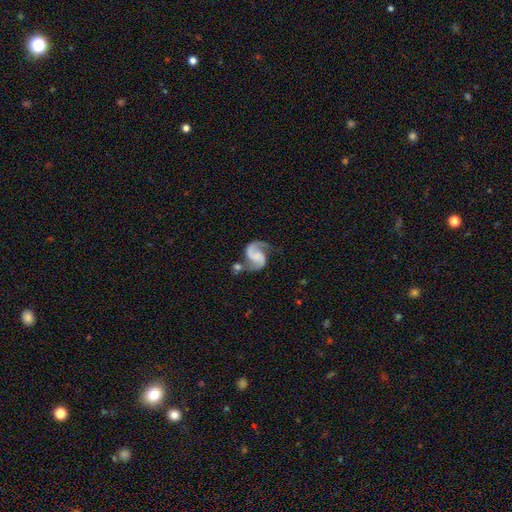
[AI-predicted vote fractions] Q: Smooth or featured?
A: featured or disk (90%); runner-up: smooth (6%)
Q: Edge-on disk?
A: no (98%); runner-up: yes (2%)
Q: Bar?
A: no (54%); runner-up: weak (32%)
Q: Spiral arms?
A: yes (98%); runner-up: no (2%)
Q: Spiral winding?
A: medium (52%); runner-up: loose (35%)
Q: Spiral arm count?
A: 2 (93%); runner-up: 1 (2%)
Q: Bulge size?
A: none (60%); runner-up: small (20%)
Q: Merging?
A: none (59%); runner-up: minor disturbance (18%)